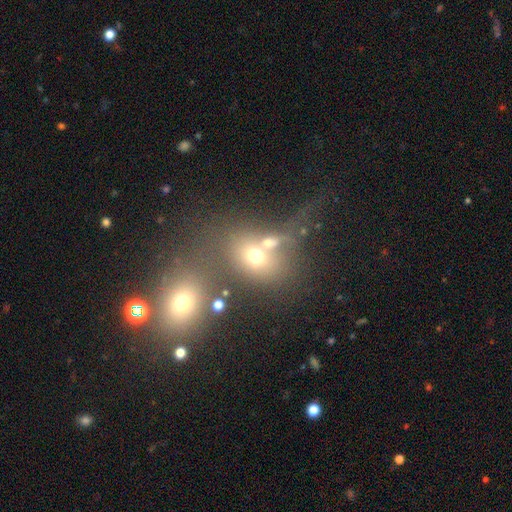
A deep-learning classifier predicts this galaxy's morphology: smooth 61%, featured or disk 21%, star or artifact 18%. Down the decision tree: how rounded — in between (51%); merging — merger (45%).